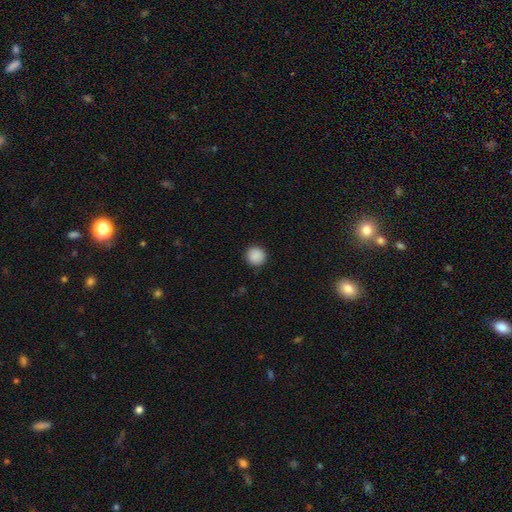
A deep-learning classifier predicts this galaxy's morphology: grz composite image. It shows a smooth galaxy with no disk features (89%) that is round (95%). Merging: none (92%).